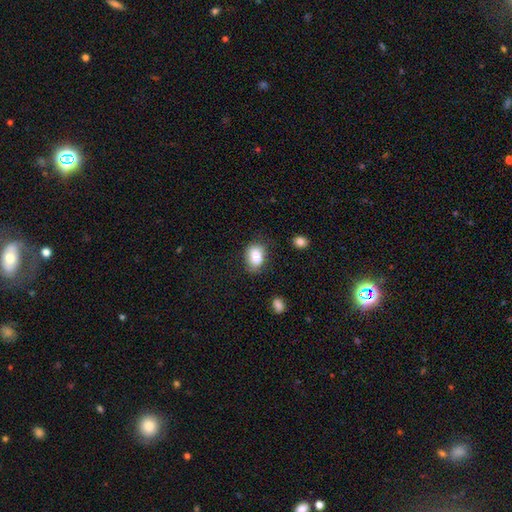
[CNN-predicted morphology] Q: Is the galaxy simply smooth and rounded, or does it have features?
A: smooth — 83%.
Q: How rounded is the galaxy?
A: in between — 73%.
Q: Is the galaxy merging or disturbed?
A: none — 61%.